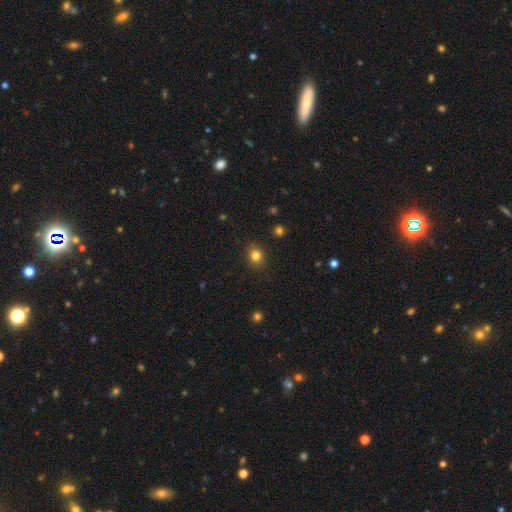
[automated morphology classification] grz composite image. It shows a smooth galaxy with no disk features (82%) that is round (70%). Merging: none (88%).